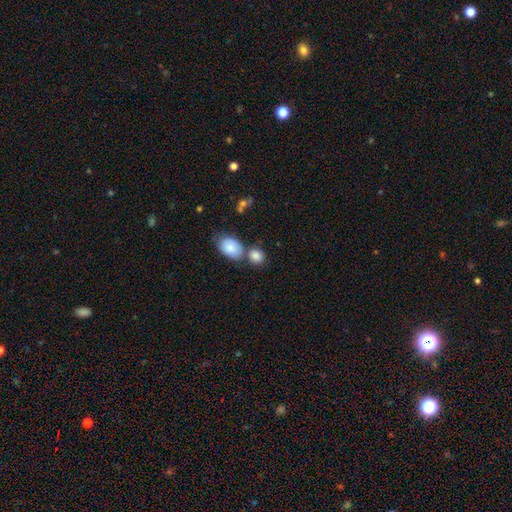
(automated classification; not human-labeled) A smooth galaxy with no disk features (85%) that is round (56%).

Vote fractions:
- Smooth or featured? smooth: 85% / star or artifact: 8% / featured or disk: 7%
- How rounded? round: 56% / in between: 42% / cigar-shaped: 2%
- Merging? none: 48% / merger: 37% / minor disturbance: 11% / major disturbance: 4%